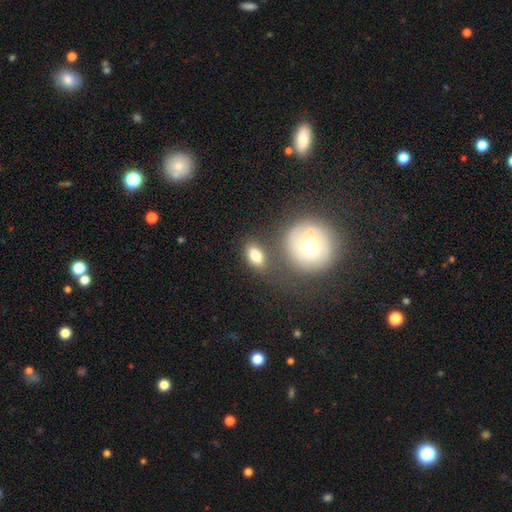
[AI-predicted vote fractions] Smooth or featured? smooth (79%)
How rounded? in between (82%)
Merging? none (69%)